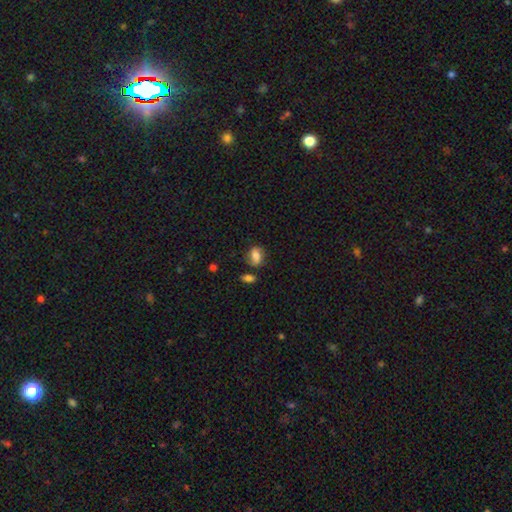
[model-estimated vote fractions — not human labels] Smooth or featured? smooth (62%)
How rounded? in between (75%)
Merging? none (62%)